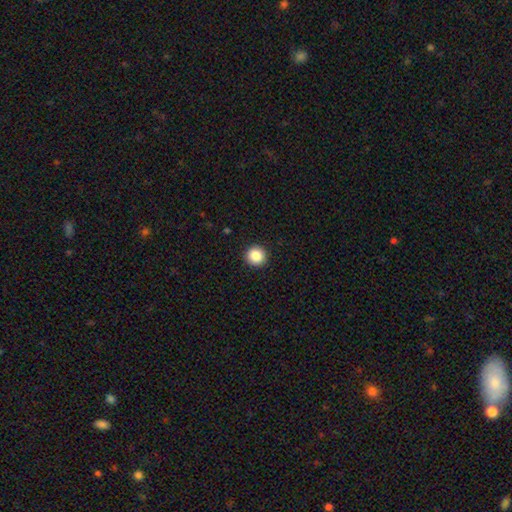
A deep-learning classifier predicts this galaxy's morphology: Smooth or featured?
  - smooth: 86% *
  - star or artifact: 10%
  - featured or disk: 4%
How rounded?
  - round: 95% *
  - in between: 4%
  - cigar-shaped: 1%
Merging?
  - none: 93% *
  - minor disturbance: 4%
  - major disturbance: 1%
  - merger: 1%